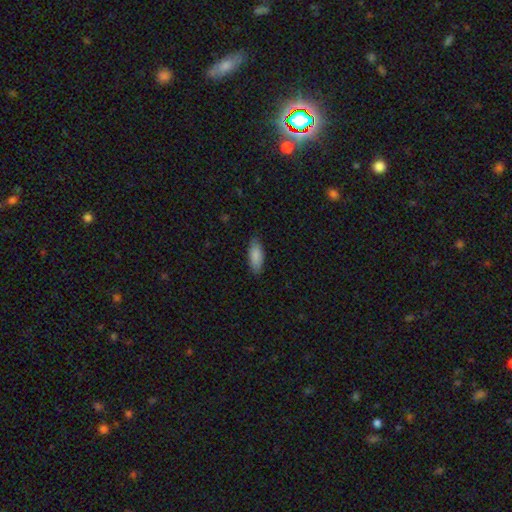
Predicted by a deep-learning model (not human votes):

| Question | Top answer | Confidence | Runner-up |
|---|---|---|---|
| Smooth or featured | smooth | 88% | featured or disk (6%) |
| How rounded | in between | 78% | cigar-shaped (20%) |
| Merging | none | 84% | minor disturbance (13%) |